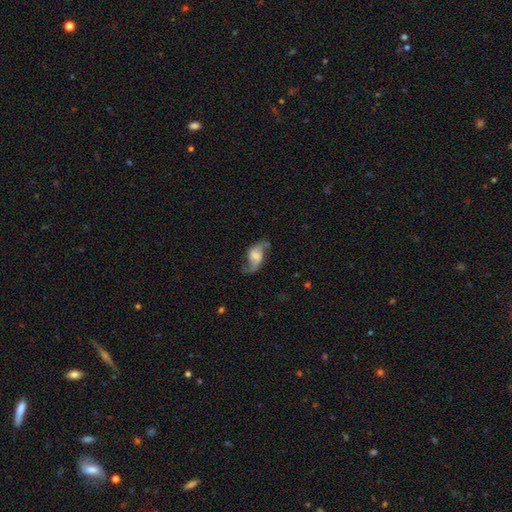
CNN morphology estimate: Smooth or featured?
  - featured or disk: 76% *
  - smooth: 17%
  - star or artifact: 8%
Edge-on disk?
  - no: 96% *
  - yes: 4%
Bar?
  - weak: 46% *
  - no: 37%
  - strong: 16%
Spiral arms?
  - yes: 92% *
  - no: 8%
Spiral winding?
  - loose: 66% *
  - medium: 28%
  - tight: 6%
Spiral arm count?
  - 2: 90% *
  - 1: 4%
  - can't tell: 3%
  - 3: 1%
  - 4: 1%
  - more than 4: 1%
Bulge size?
  - none: 28% *
  - moderate: 25%
  - small: 24%
  - large: 19%
  - dominant: 3%
Merging?
  - none: 66% *
  - minor disturbance: 18%
  - major disturbance: 13%
  - merger: 2%